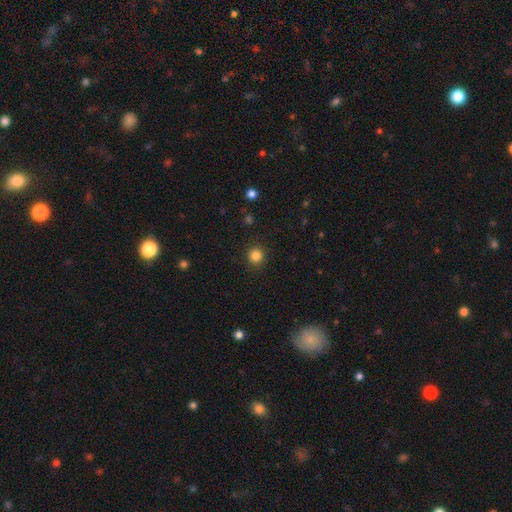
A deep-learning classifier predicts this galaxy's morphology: smooth_or_featured: smooth (p=0.84) [alt: star or artifact p=0.12]
how_rounded: round (p=0.94) [alt: in between p=0.05]
merging: none (p=0.91) [alt: minor disturbance p=0.06]